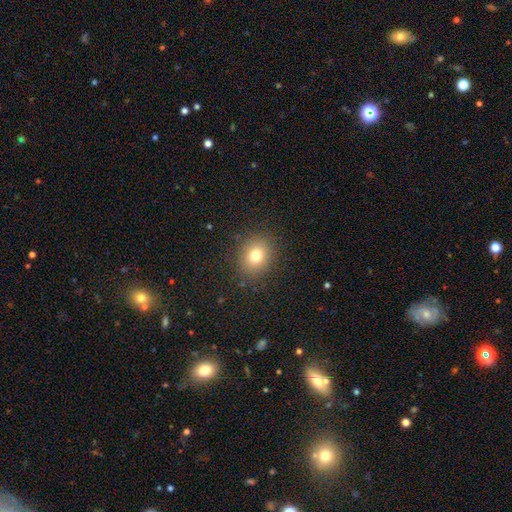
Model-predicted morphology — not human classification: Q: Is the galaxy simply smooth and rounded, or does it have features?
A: smooth — 76%.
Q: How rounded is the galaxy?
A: round — 71%.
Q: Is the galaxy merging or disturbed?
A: none — 87%.